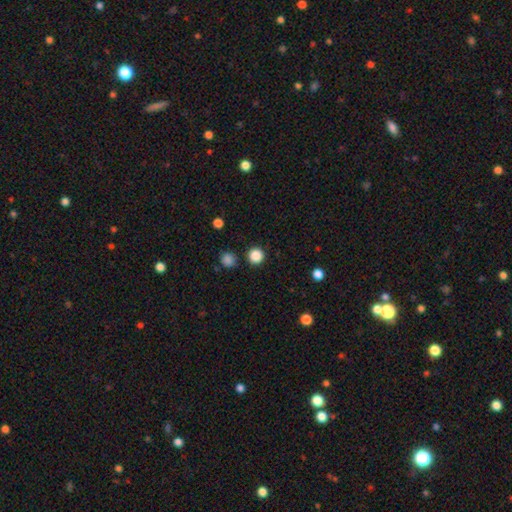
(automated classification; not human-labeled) Smooth or featured: smooth — 86% (star or artifact — 11%)
How rounded: round — 96% (in between — 3%)
Merging: none — 91% (minor disturbance — 5%)